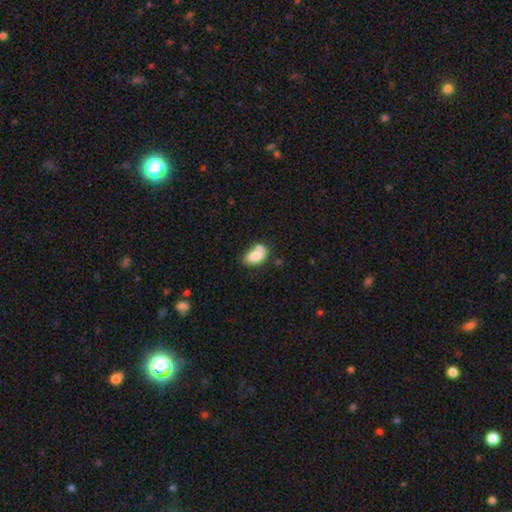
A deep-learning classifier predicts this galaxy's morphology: Smooth or featured?
  - smooth: 79% *
  - featured or disk: 13%
  - star or artifact: 8%
How rounded?
  - in between: 89% *
  - round: 9%
  - cigar-shaped: 2%
Merging?
  - none: 44% *
  - merger: 31%
  - minor disturbance: 18%
  - major disturbance: 6%